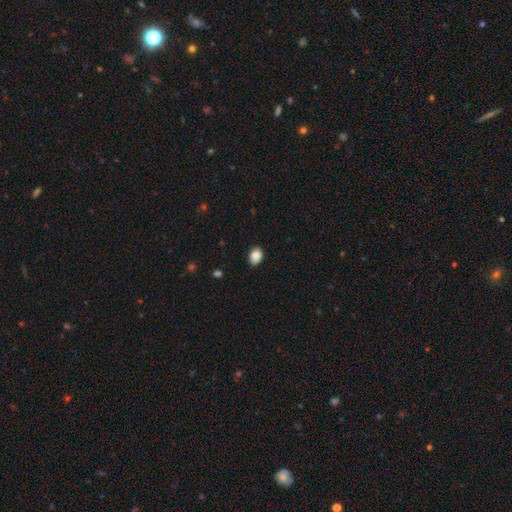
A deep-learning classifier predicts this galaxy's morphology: Smooth or featured: smooth — 88% (star or artifact — 8%)
How rounded: in between — 71% (round — 28%)
Merging: none — 82% (minor disturbance — 14%)